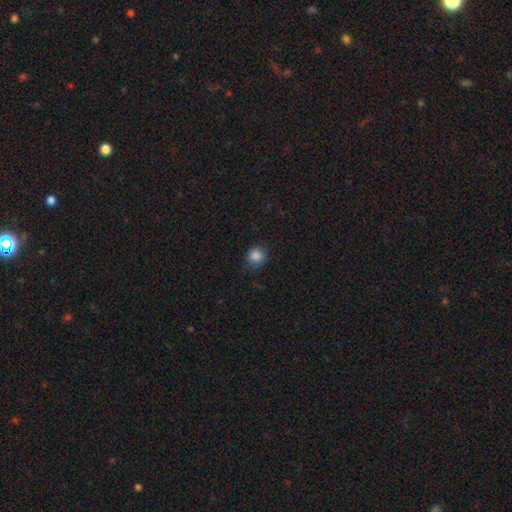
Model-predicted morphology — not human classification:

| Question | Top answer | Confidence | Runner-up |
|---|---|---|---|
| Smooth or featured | smooth | 86% | star or artifact (11%) |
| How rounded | round | 88% | in between (11%) |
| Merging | none | 82% | minor disturbance (14%) |